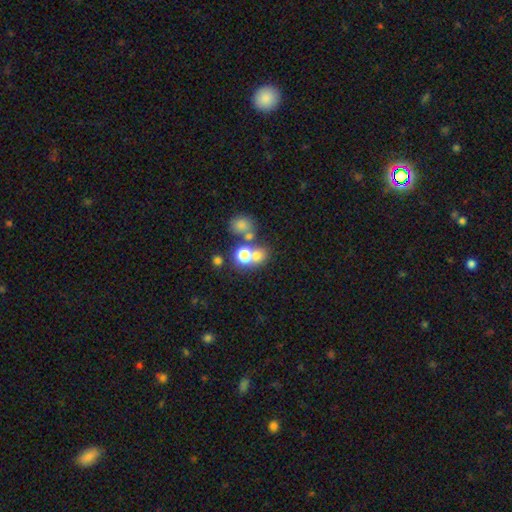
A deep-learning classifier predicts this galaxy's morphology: Smooth or featured? smooth (67%)
How rounded? round (73%)
Merging? merger (45%)